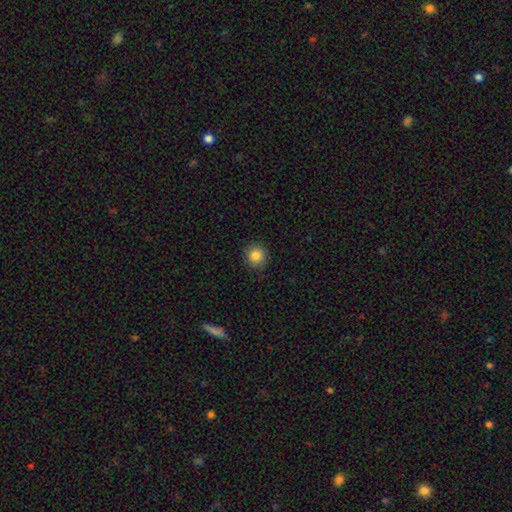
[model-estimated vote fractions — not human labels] Q: Smooth or featured?
A: smooth (85%); runner-up: star or artifact (10%)
Q: How rounded?
A: round (93%); runner-up: in between (6%)
Q: Merging?
A: none (91%); runner-up: minor disturbance (6%)